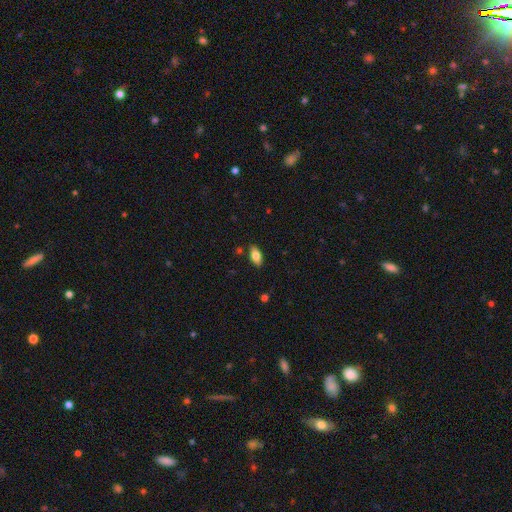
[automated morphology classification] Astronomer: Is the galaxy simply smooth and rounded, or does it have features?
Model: smooth — 78%.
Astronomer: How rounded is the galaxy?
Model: in between — 90%.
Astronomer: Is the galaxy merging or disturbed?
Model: none — 86%.